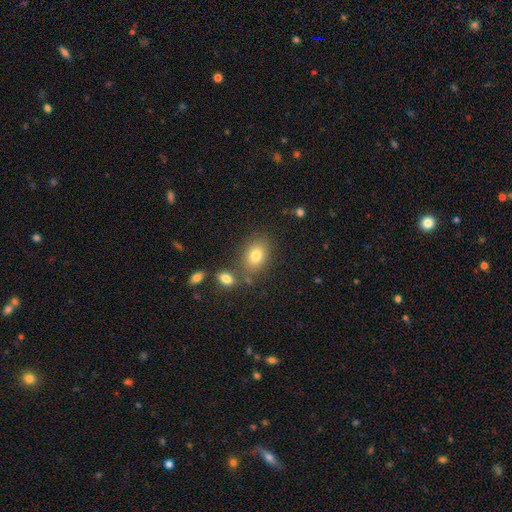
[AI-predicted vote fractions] smooth 79%, featured or disk 10%, star or artifact 10%. Down the decision tree: how rounded — in between (74%); merging — none (73%).